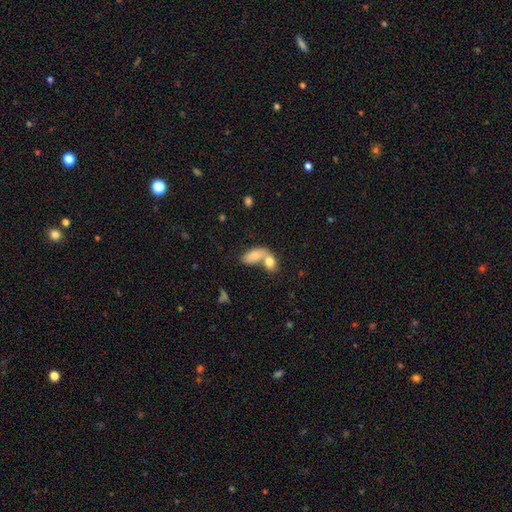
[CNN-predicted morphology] Smooth or featured? Predicted: smooth (p=0.78). How rounded? Predicted: in between (p=0.87). Merging? Predicted: merger (p=0.68).